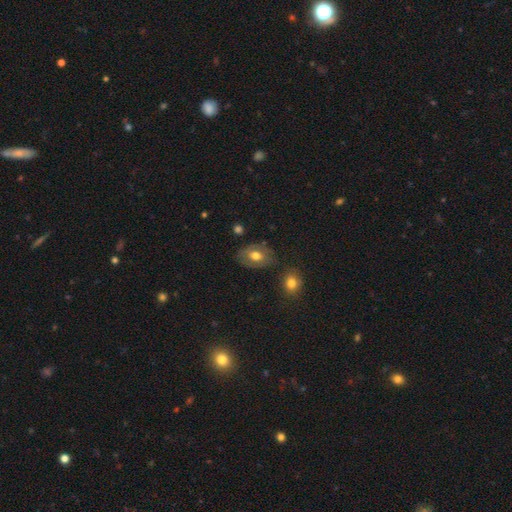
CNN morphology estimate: A smooth galaxy with no disk features (57%) that is in between round and cigar-shaped (79%).

Vote fractions:
- Smooth or featured? smooth: 57% / featured or disk: 35% / star or artifact: 8%
- How rounded? in between: 79% / round: 19% / cigar-shaped: 1%
- Merging? none: 73% / minor disturbance: 17% / major disturbance: 5% / merger: 4%